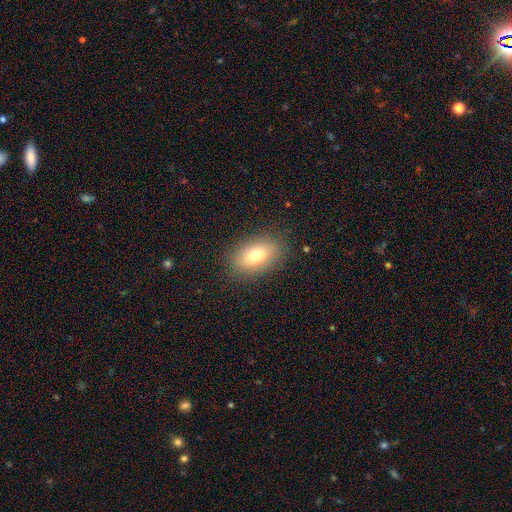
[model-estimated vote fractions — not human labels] Smooth or featured?
  - smooth: 75% *
  - featured or disk: 16%
  - star or artifact: 10%
How rounded?
  - in between: 88% *
  - round: 10%
  - cigar-shaped: 3%
Merging?
  - none: 86% *
  - minor disturbance: 10%
  - major disturbance: 3%
  - merger: 1%